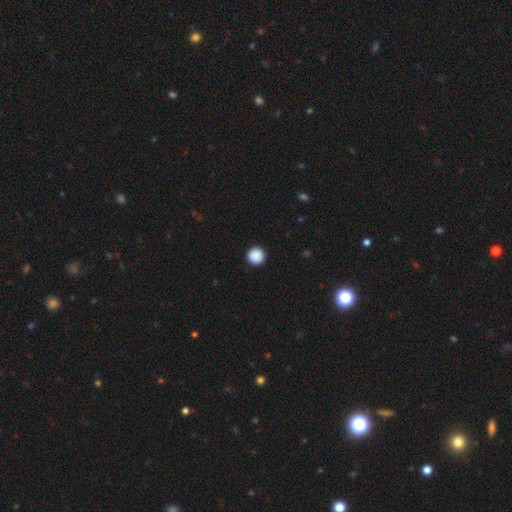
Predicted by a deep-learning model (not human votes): Smooth or featured?
  - smooth: 90% *
  - star or artifact: 8%
  - featured or disk: 2%
How rounded?
  - round: 96% *
  - in between: 3%
  - cigar-shaped: 1%
Merging?
  - none: 94% *
  - minor disturbance: 4%
  - major disturbance: 1%
  - merger: 1%